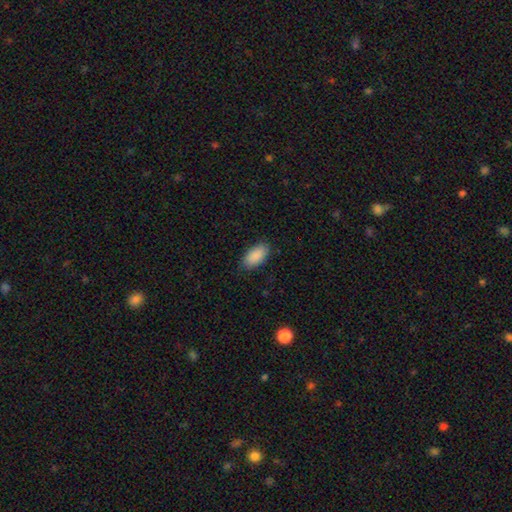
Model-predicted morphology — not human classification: A smooth galaxy with no disk features (90%) that is in between round and cigar-shaped (94%).

Vote fractions:
- Smooth or featured? smooth: 90% / star or artifact: 6% / featured or disk: 4%
- How rounded? in between: 94% / cigar-shaped: 4% / round: 2%
- Merging? none: 86% / minor disturbance: 11% / major disturbance: 2% / merger: 1%